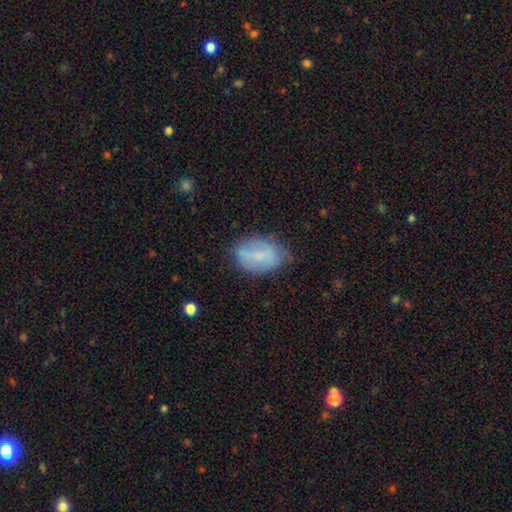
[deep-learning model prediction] The model was most divided on "merging": none: 64%, minor disturbance: 26%, major disturbance: 8%, merger: 2%. More confident: how rounded — in between (87%); smooth or featured — smooth (65%).